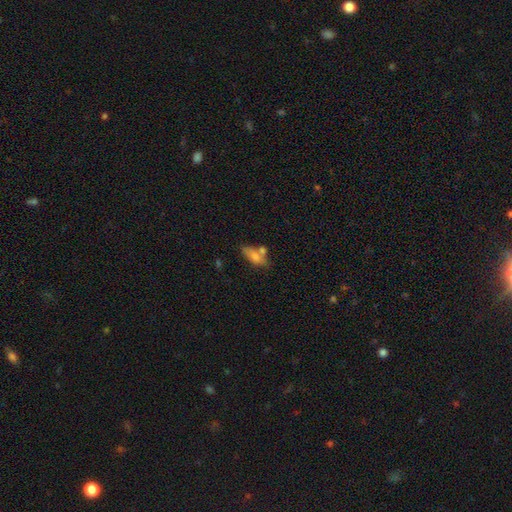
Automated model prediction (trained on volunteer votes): smooth-or-featured: smooth: 72% | featured or disk: 19% | star or artifact: 8%
  how-rounded: in between: 72% | cigar-shaped: 24% | round: 4%
  merging: none: 49% | merger: 28% | minor disturbance: 17% | major disturbance: 6%